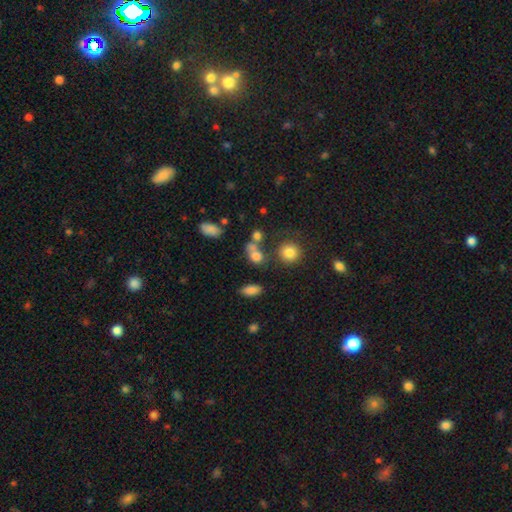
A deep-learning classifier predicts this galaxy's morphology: This is likely a smooth galaxy (72%). How rounded: possibly round (53%). Merging: marginally none (43%).